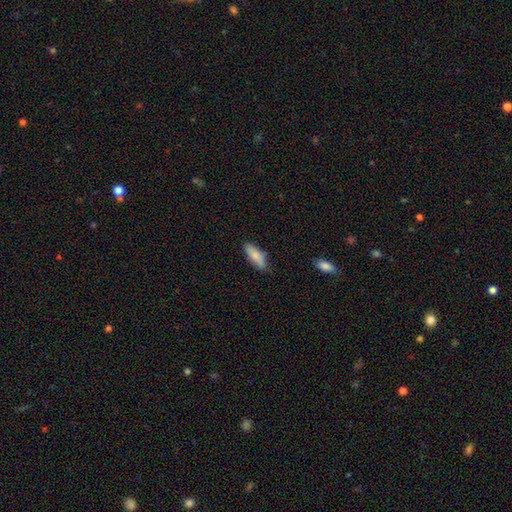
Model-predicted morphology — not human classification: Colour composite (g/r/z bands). It shows a smooth galaxy with no disk features (82%) that is in between round and cigar-shaped (62%). Merging: none (76%).